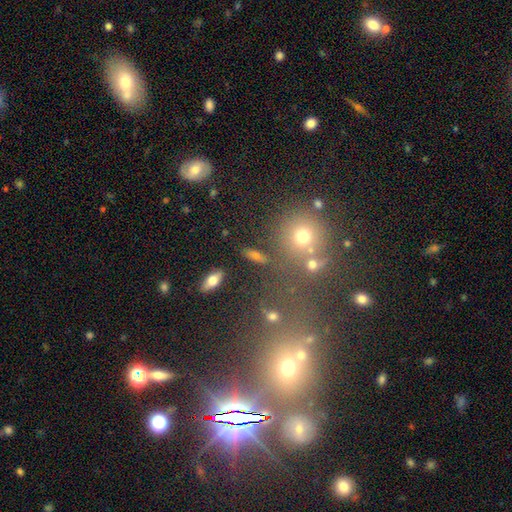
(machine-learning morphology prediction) smooth_or_featured: smooth (p=0.47) [alt: star or artifact p=0.39]
merging: none (p=0.72) [alt: merger p=0.12]